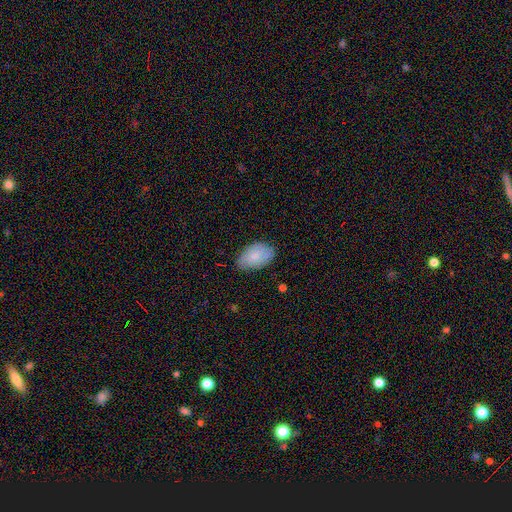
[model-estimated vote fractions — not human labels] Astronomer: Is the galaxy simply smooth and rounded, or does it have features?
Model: smooth — 82%.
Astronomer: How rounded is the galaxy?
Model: in between — 93%.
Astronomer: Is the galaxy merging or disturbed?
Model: none — 75%.